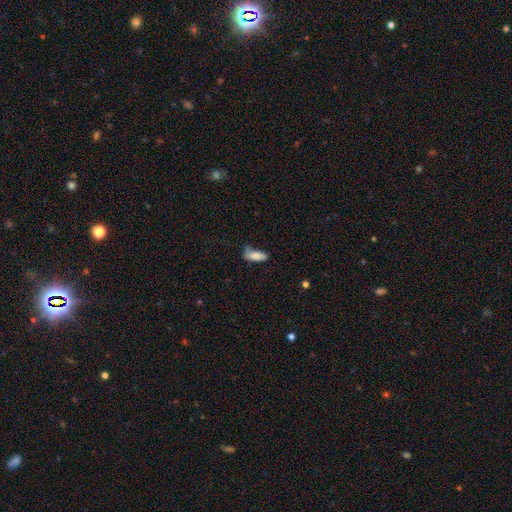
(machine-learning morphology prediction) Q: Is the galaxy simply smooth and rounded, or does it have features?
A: smooth — 84%.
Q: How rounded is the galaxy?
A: in between — 72%.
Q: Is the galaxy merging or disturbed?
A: none — 48%.